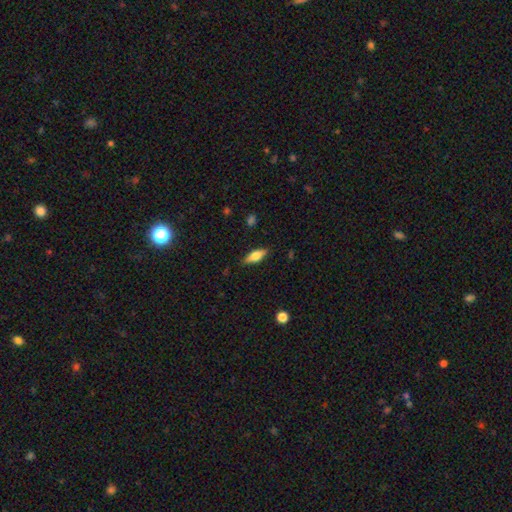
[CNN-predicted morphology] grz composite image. It shows a smooth galaxy with no disk features (61%) that is in between round and cigar-shaped (63%). Merging: none (84%).